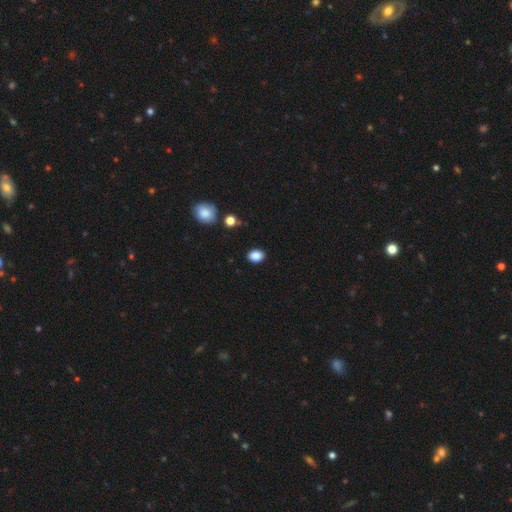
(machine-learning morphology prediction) Smooth or featured?
  - smooth: 87% *
  - star or artifact: 9%
  - featured or disk: 3%
How rounded?
  - in between: 71% *
  - round: 28%
  - cigar-shaped: 1%
Merging?
  - none: 88% *
  - minor disturbance: 8%
  - major disturbance: 2%
  - merger: 2%